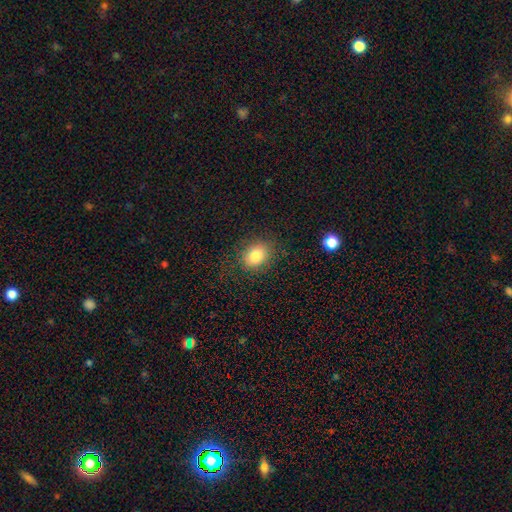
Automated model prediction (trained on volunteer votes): smooth 82%, star or artifact 10%, featured or disk 8%. Down the decision tree: how rounded — round (50%); merging — none (83%).